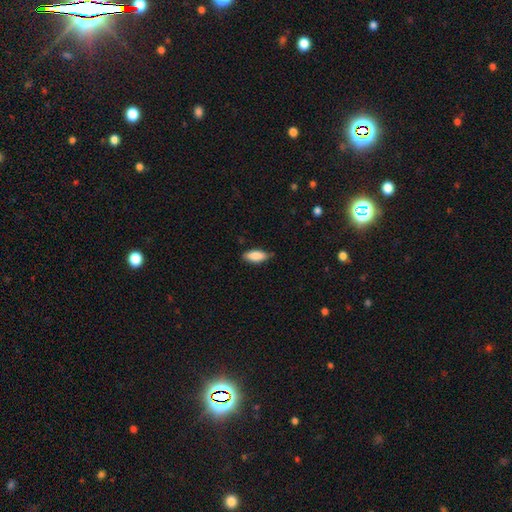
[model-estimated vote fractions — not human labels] This is clearly a smooth galaxy (87%). How rounded: clearly in between (83%). Merging: likely none (77%).